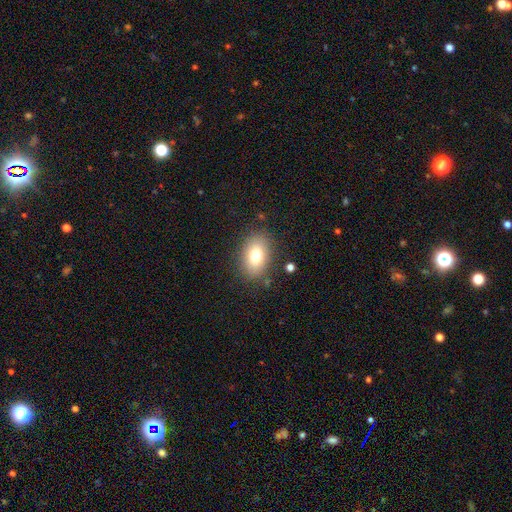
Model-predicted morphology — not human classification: Overall: smooth (76%). How rounded: in between (82%). Merging: none (83%).